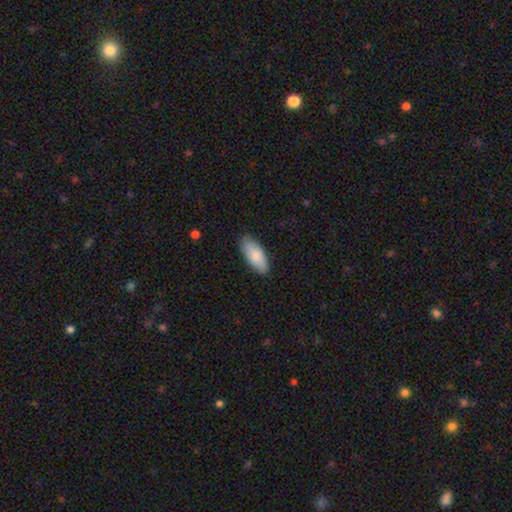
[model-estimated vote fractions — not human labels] Smooth or featured? smooth (84%)
How rounded? in between (85%)
Merging? none (85%)